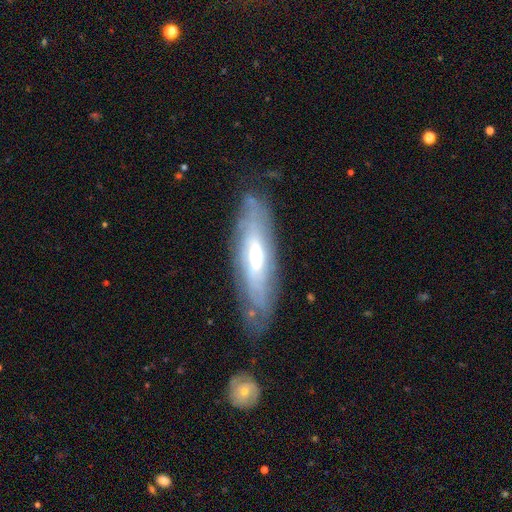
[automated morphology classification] Smooth or featured? Predicted: featured or disk (p=0.71). Edge-on disk? Predicted: no (p=0.65). Merging? Predicted: none (p=0.74).